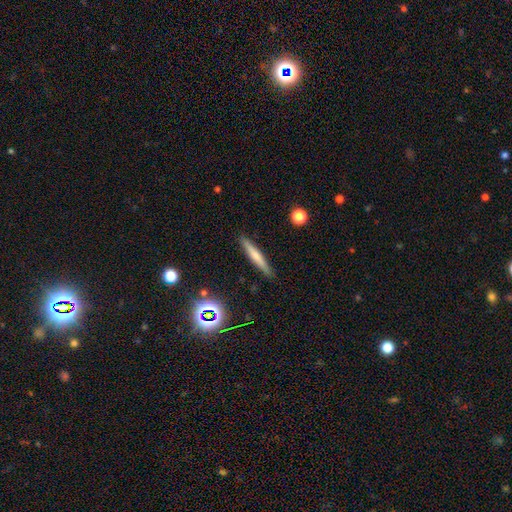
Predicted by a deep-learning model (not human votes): Smooth or featured? smooth (56%)
How rounded? cigar-shaped (94%)
Merging? none (90%)